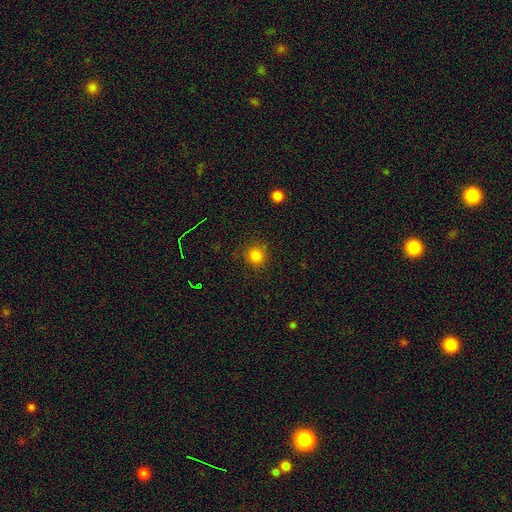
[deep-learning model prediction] The model was most divided on "smooth or featured": smooth: 82%, star or artifact: 13%, featured or disk: 4%. More confident: how rounded — round (90%); merging — none (86%).